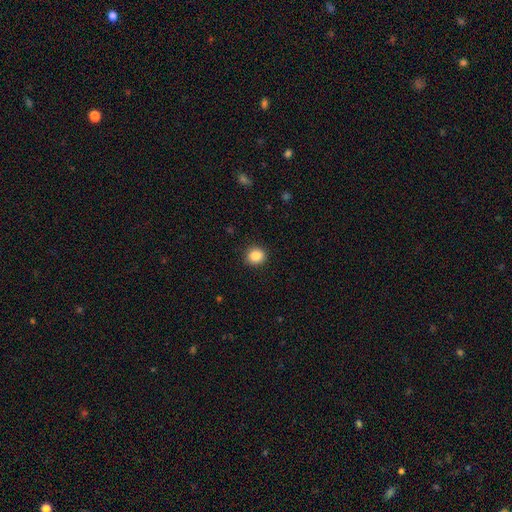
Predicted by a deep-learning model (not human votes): Smooth or featured: smooth — 87% (star or artifact — 9%)
How rounded: round — 83% (in between — 16%)
Merging: none — 91% (minor disturbance — 6%)